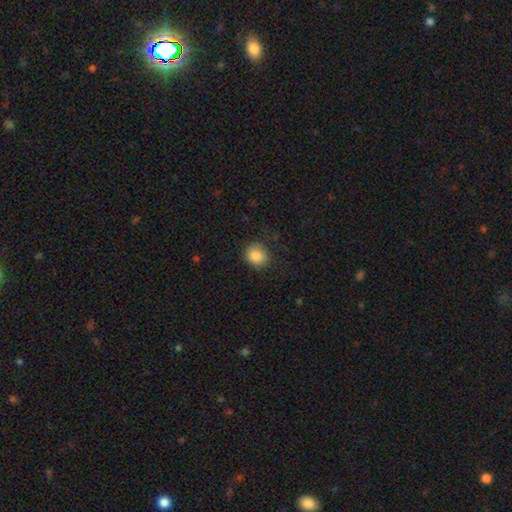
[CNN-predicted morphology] A smooth galaxy with no disk features (87%) that is round (76%). Merging: none (81%).